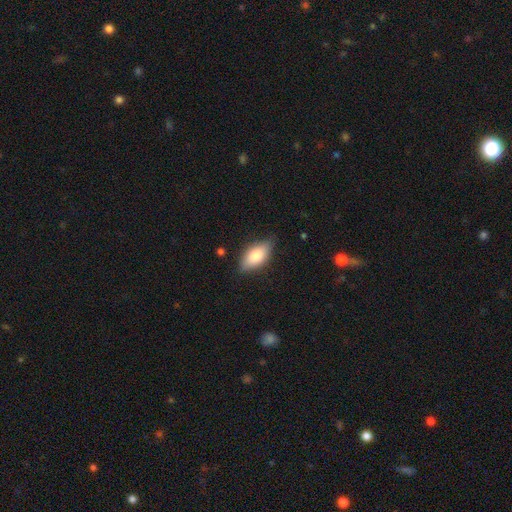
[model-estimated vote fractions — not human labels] Smooth or featured: smooth — 77% (featured or disk — 17%)
How rounded: in between — 89% (cigar-shaped — 7%)
Merging: none — 76% (minor disturbance — 19%)